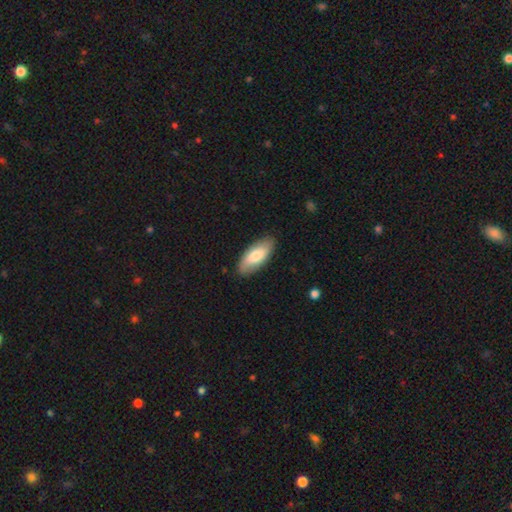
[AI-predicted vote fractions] Smooth or featured? smooth (74%)
How rounded? in between (83%)
Merging? none (86%)